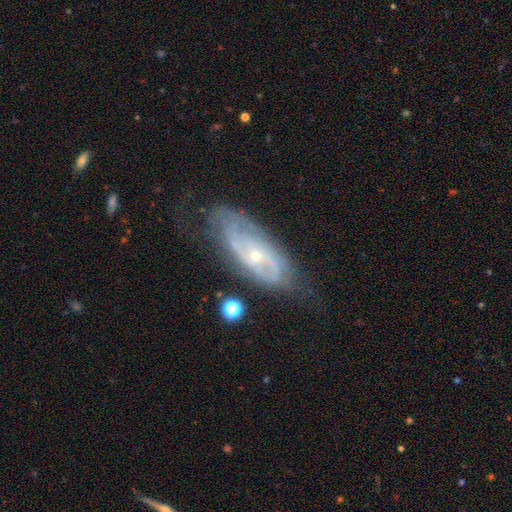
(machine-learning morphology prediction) The model was most divided on "spiral winding": tight: 48%, medium: 37%, loose: 15%. Remaining: edge-on disk — no (90%); spiral arms — yes (87%); smooth or featured — featured or disk (80%); bulge size — small (73%); bar — no (65%); merging — none (62%); spiral arm count — 2 (46%).